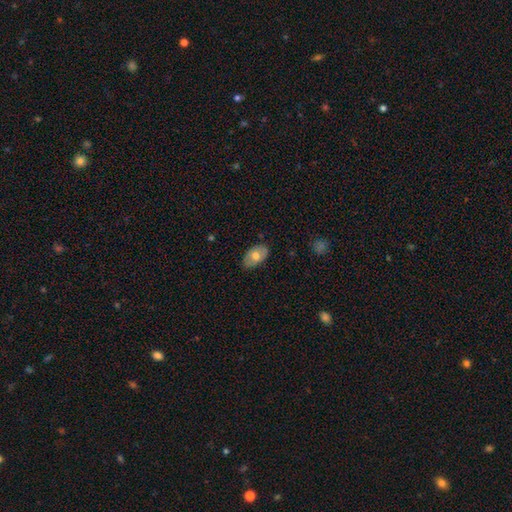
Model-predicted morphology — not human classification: Smooth or featured? smooth (64%)
How rounded? in between (91%)
Merging? none (80%)